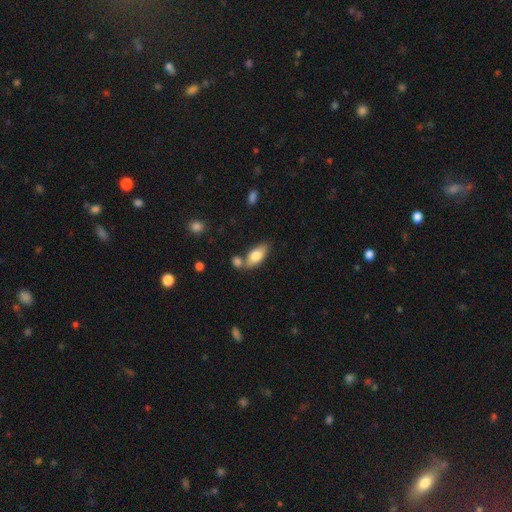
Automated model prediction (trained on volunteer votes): This appears to be a smooth galaxy with no disk features (76%) that is in between round and cigar-shaped (87%). Merging: none (59%).